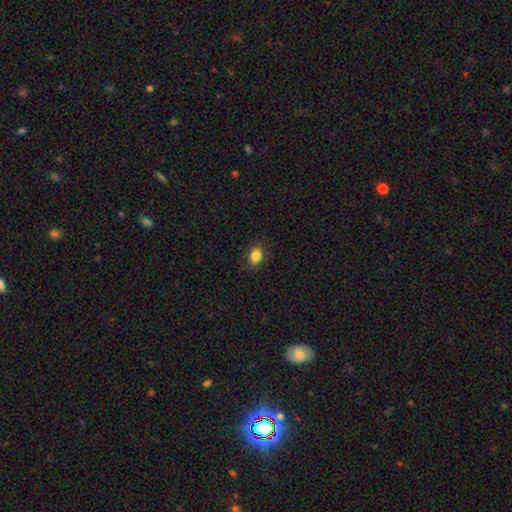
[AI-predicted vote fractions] Morphology: type=smooth (86%); roundness=in between (70%); merging=none (88%).